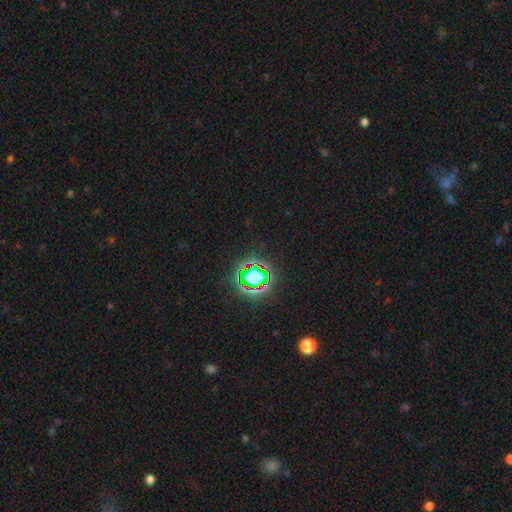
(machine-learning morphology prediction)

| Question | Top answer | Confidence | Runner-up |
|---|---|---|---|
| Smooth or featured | star or artifact | 80% | smooth (13%) |